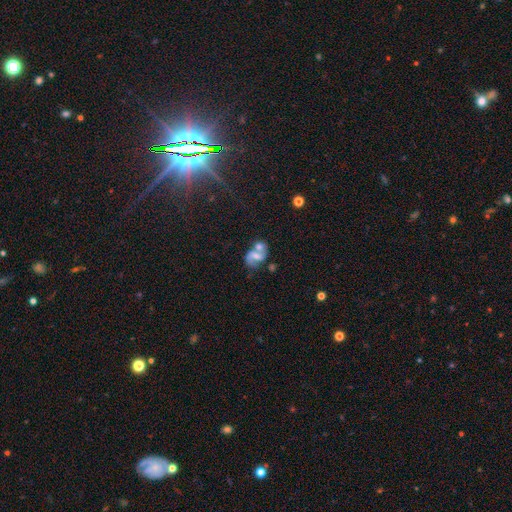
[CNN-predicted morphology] smooth_or_featured: featured or disk (p=0.58) [alt: smooth p=0.31]
disk_edge_on: no (p=0.97) [alt: yes p=0.03]
bar: weak (p=0.41) [alt: no p=0.39]
has_spiral_arms: yes (p=0.75) [alt: no p=0.25]
bulge_size: moderate (p=0.37) [alt: small p=0.34]
merging: merger (p=0.44) [alt: none p=0.32]